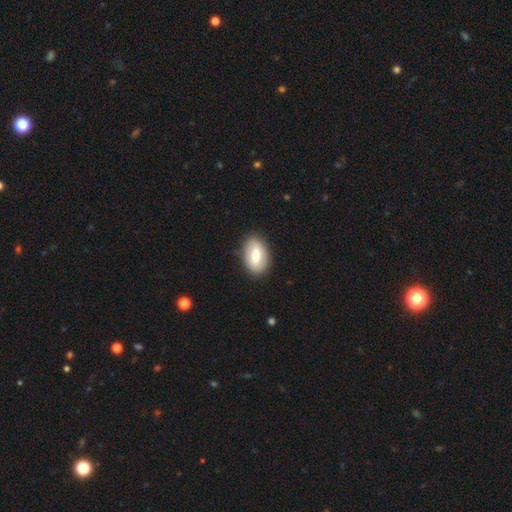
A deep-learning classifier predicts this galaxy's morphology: Smooth or featured?
  - smooth: 66% *
  - featured or disk: 27%
  - star or artifact: 6%
How rounded?
  - in between: 90% *
  - round: 8%
  - cigar-shaped: 2%
Merging?
  - none: 85% *
  - minor disturbance: 11%
  - major disturbance: 3%
  - merger: 1%